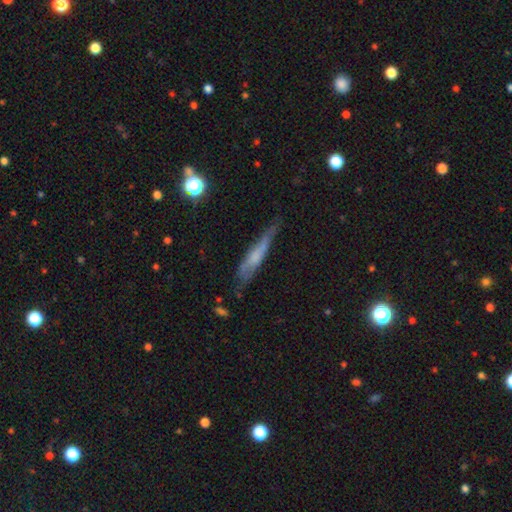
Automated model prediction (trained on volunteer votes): This appears to be a smooth galaxy with no disk features (47%). Merging: none (57%).